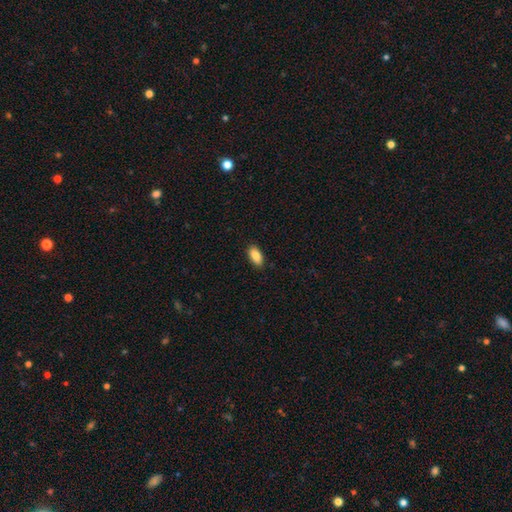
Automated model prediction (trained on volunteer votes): Smooth or featured? Predicted: smooth (p=0.88). How rounded? Predicted: in between (p=0.90). Merging? Predicted: none (p=0.89).